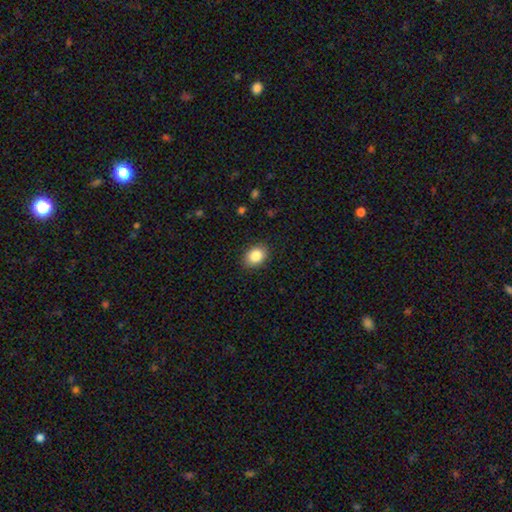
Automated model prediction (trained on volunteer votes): Smooth or featured?
  - smooth: 86% *
  - star or artifact: 9%
  - featured or disk: 5%
How rounded?
  - in between: 65% *
  - round: 34%
  - cigar-shaped: 1%
Merging?
  - none: 88% *
  - minor disturbance: 9%
  - major disturbance: 2%
  - merger: 1%